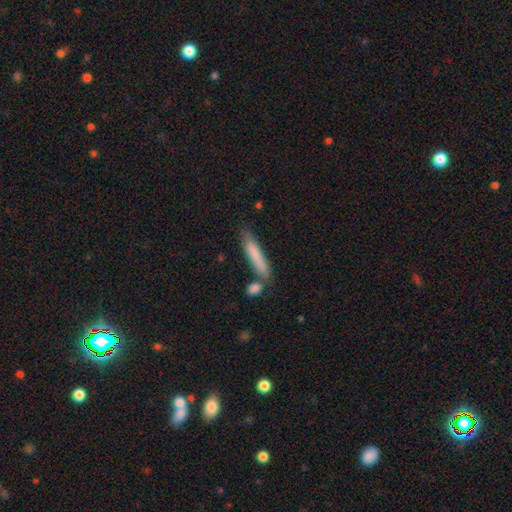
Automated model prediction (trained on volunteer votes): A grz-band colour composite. It shows a smooth galaxy with no disk features (78%) that is cigar-shaped (90%). Merging: none (72%).